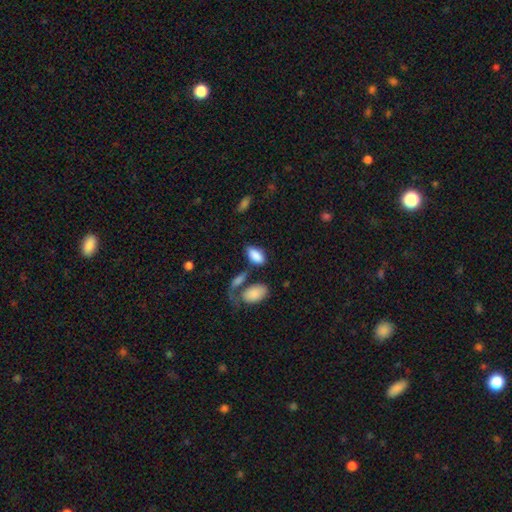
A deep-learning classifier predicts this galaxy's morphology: The model was most divided on "merging": none: 55%, minor disturbance: 18%, merger: 17%, major disturbance: 10%. More confident: how rounded — in between (93%); smooth or featured — smooth (85%).